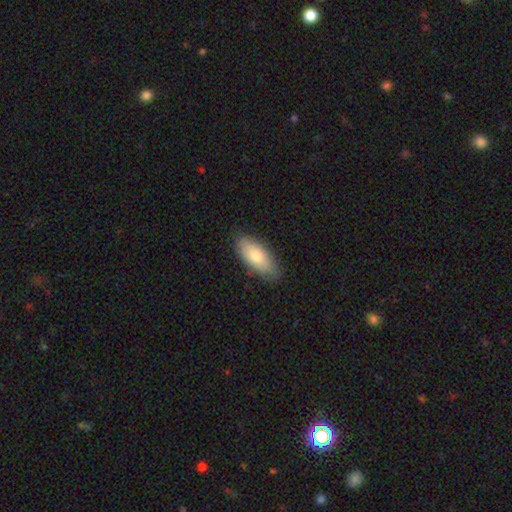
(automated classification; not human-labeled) smooth_or_featured: smooth (p=0.75) [alt: featured or disk p=0.20]
how_rounded: in between (p=0.84) [alt: cigar-shaped p=0.13]
merging: none (p=0.83) [alt: minor disturbance p=0.13]